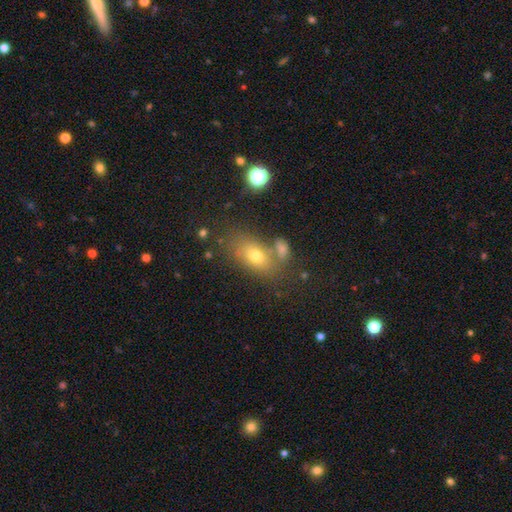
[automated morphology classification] Smooth or featured: smooth — 69% (featured or disk — 18%)
How rounded: in between — 83% (round — 12%)
Merging: none — 59% (merger — 19%)